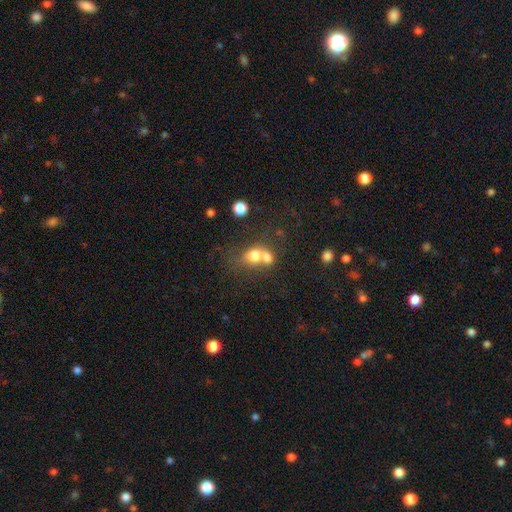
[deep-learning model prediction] This appears to be a smooth galaxy with no disk features (70%) that is round (54%). Merging: merger (63%).